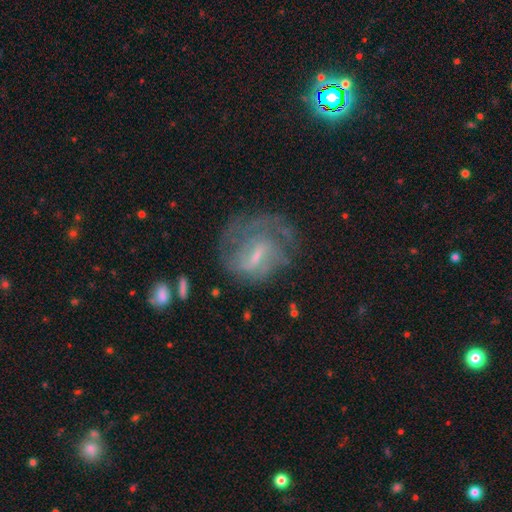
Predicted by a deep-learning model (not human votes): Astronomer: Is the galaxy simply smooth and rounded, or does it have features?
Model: featured or disk — 68%.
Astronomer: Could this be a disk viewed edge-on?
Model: no — 96%.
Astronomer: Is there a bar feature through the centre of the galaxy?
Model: weak — 55%.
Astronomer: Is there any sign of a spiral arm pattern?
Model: yes — 73%.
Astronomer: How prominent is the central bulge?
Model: small — 46% (runner-up: moderate, 28%).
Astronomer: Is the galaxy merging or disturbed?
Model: none — 51%.